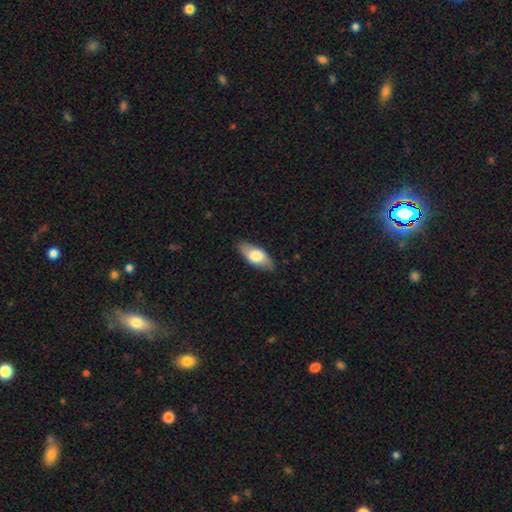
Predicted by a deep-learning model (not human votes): Smooth or featured? Predicted: smooth (p=0.68). How rounded? Predicted: in between (p=0.84). Merging? Predicted: none (p=0.84).